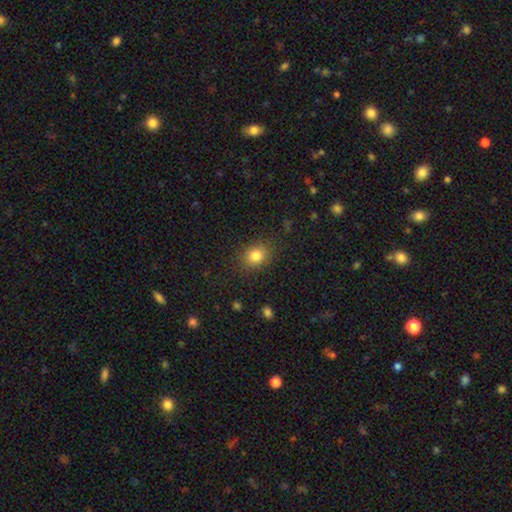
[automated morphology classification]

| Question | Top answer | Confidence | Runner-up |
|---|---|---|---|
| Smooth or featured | smooth | 82% | star or artifact (11%) |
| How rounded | round | 59% | in between (40%) |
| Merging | none | 85% | minor disturbance (10%) |